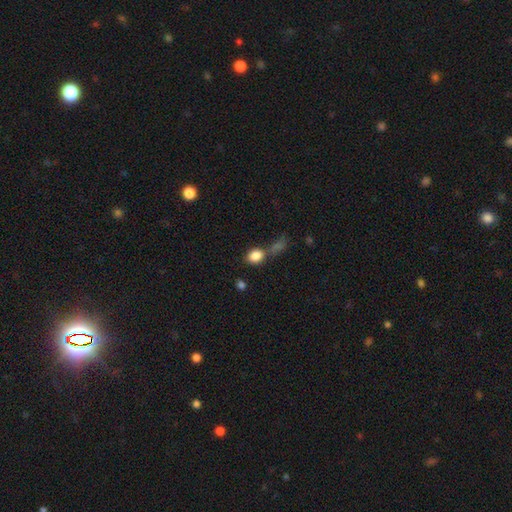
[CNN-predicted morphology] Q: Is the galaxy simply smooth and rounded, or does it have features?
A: smooth — 84%.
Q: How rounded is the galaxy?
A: in between — 63%.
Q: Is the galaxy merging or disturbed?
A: none — 49%.